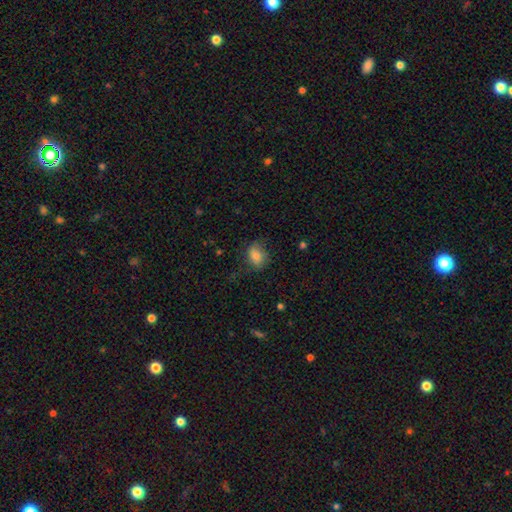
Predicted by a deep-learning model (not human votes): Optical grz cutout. It shows a smooth galaxy with no disk features (76%) that is in between round and cigar-shaped (69%). Merging: none (63%).